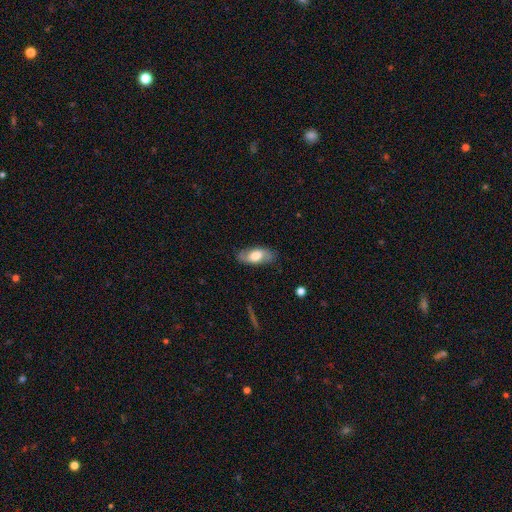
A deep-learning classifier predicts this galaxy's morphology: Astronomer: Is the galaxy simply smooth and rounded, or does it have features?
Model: smooth — 52% (runner-up: featured or disk, 41%).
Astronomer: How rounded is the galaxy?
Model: in between — 86%.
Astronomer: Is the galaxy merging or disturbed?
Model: none — 79%.